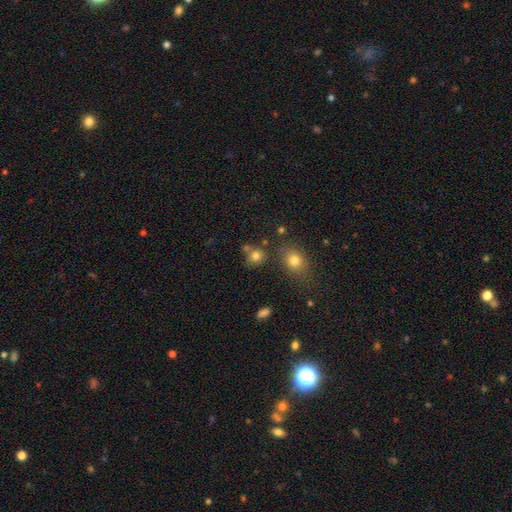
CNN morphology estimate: smooth_or_featured: smooth (p=0.78) [alt: star or artifact p=0.14]
how_rounded: round (p=0.81) [alt: in between p=0.18]
merging: none (p=0.63) [alt: merger p=0.21]